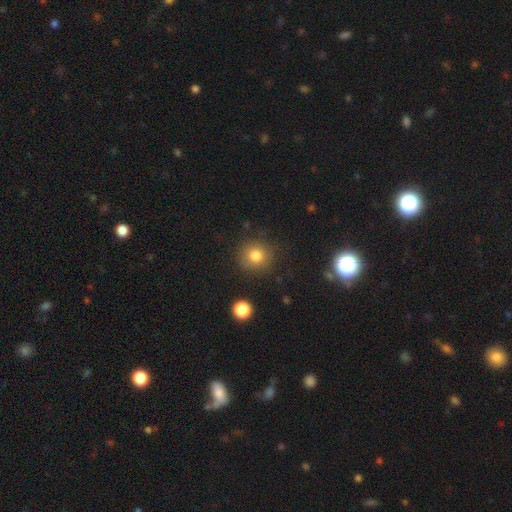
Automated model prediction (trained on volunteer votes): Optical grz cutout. It shows a smooth galaxy with no disk features (81%) that is round (90%). Merging: none (86%).